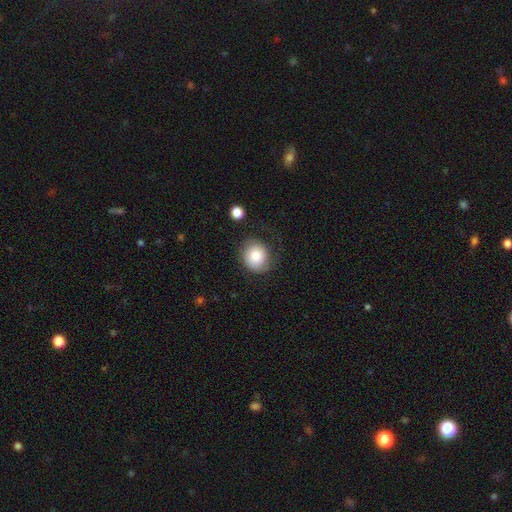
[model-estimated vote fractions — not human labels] Smooth or featured? smooth (78%)
How rounded? round (79%)
Merging? none (63%)